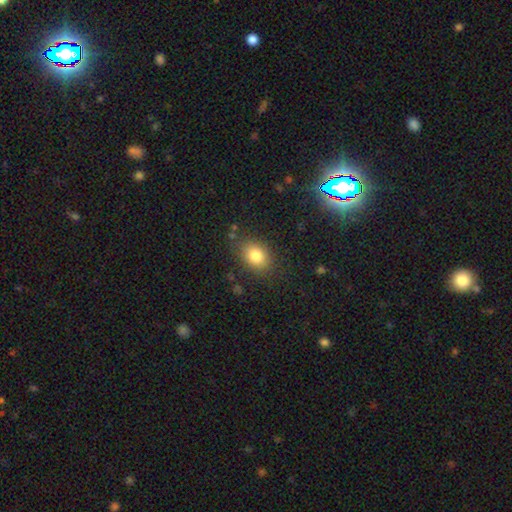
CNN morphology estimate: This is clearly a smooth galaxy (83%). How rounded: likely in between (70%). Merging: clearly none (83%).